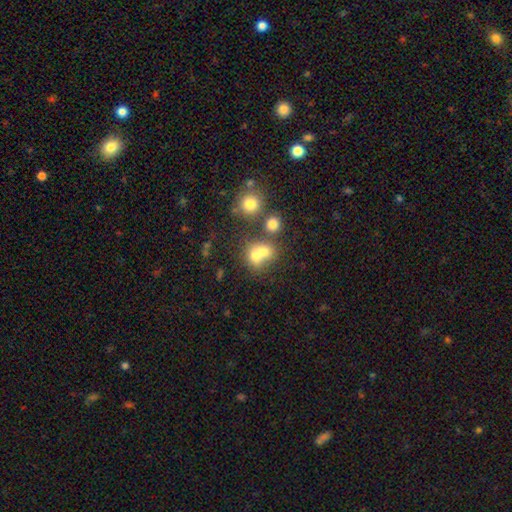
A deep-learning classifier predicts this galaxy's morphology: smooth-or-featured: smooth: 68% | featured or disk: 18% | star or artifact: 14%
  how-rounded: round: 68% | in between: 31% | cigar-shaped: 1%
  merging: merger: 57% | none: 31% | minor disturbance: 7% | major disturbance: 4%